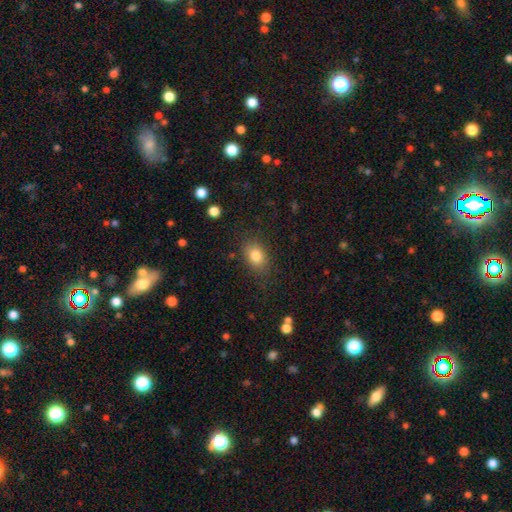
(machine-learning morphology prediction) Smooth or featured? smooth (82%)
How rounded? in between (73%)
Merging? none (80%)